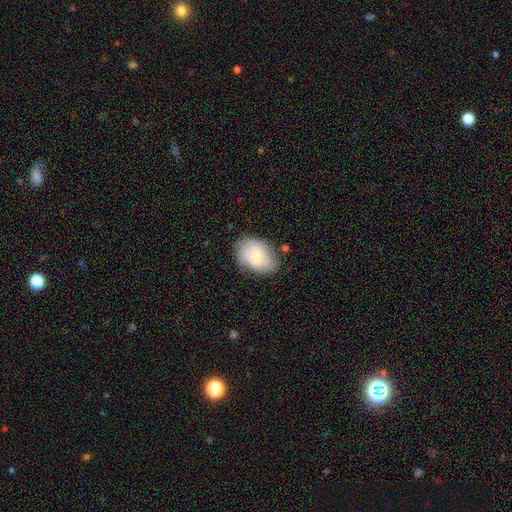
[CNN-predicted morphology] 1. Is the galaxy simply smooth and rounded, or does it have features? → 67% smooth, 26% featured or disk, 7% star or artifact.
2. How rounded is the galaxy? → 84% in between, 15% round, 1% cigar-shaped.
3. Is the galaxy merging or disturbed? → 69% none, 23% minor disturbance, 6% major disturbance, 3% merger.